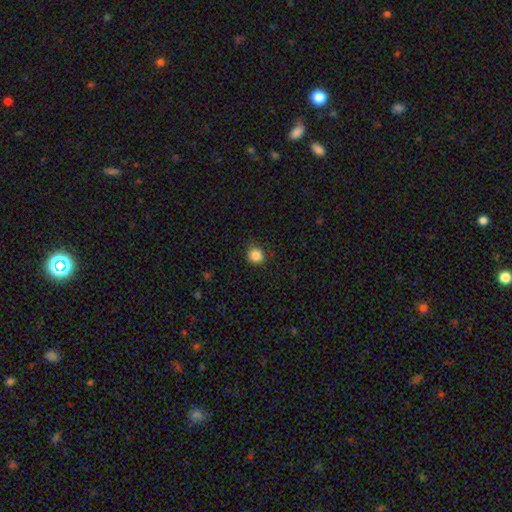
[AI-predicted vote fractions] Smooth or featured? smooth (86%)
How rounded? round (88%)
Merging? none (87%)